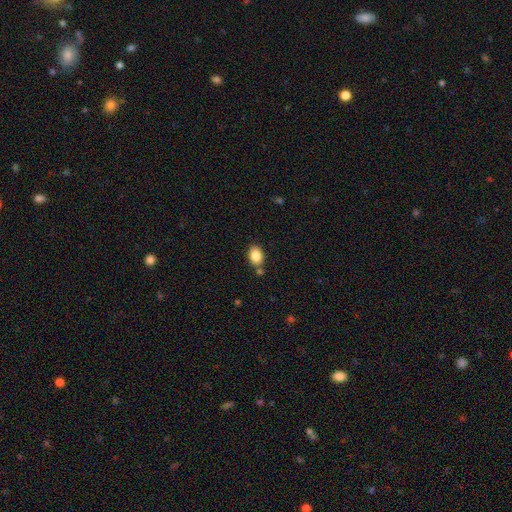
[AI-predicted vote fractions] smooth_or_featured: smooth (p=0.85) [alt: star or artifact p=0.08]
how_rounded: in between (p=0.76) [alt: round p=0.23]
merging: none (p=0.76) [alt: minor disturbance p=0.12]